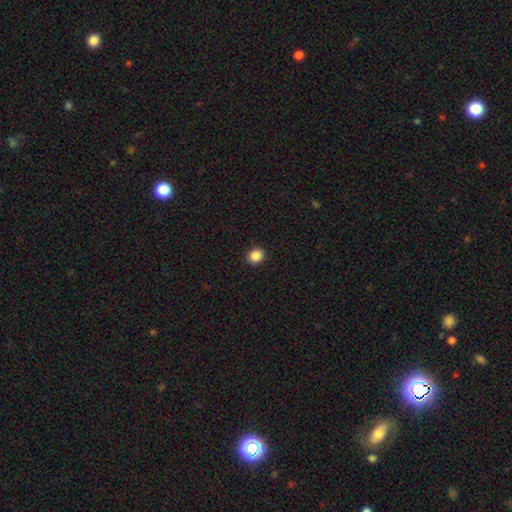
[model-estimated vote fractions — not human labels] Morphology: type=smooth (88%); roundness=round (77%); merging=none (92%).